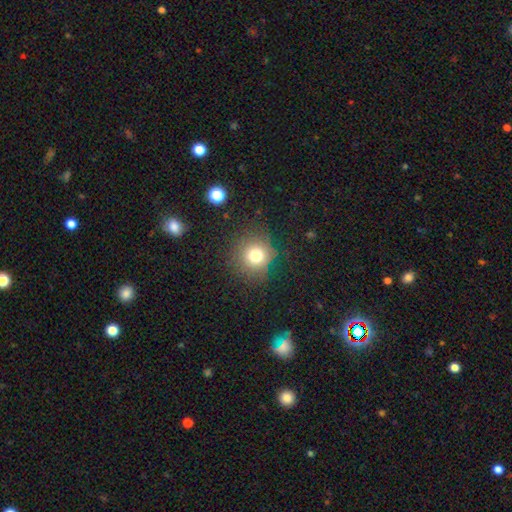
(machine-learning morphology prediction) Smooth or featured?
  - smooth: 75% *
  - star or artifact: 15%
  - featured or disk: 10%
How rounded?
  - round: 91% *
  - in between: 8%
  - cigar-shaped: 1%
Merging?
  - none: 79% *
  - minor disturbance: 13%
  - major disturbance: 6%
  - merger: 2%